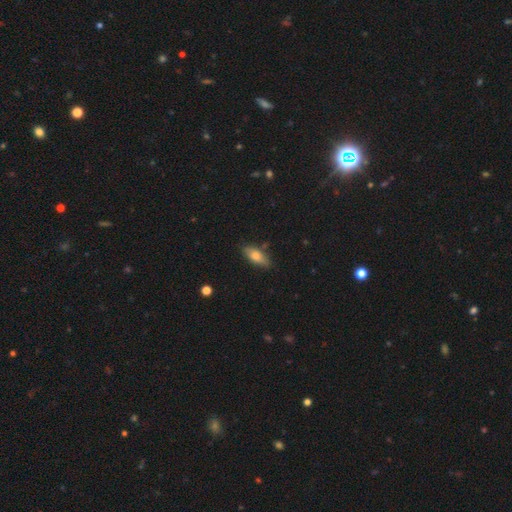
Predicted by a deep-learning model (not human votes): This appears to be a smooth galaxy with no disk features (73%) that is in between round and cigar-shaped (77%). Merging: none (80%).